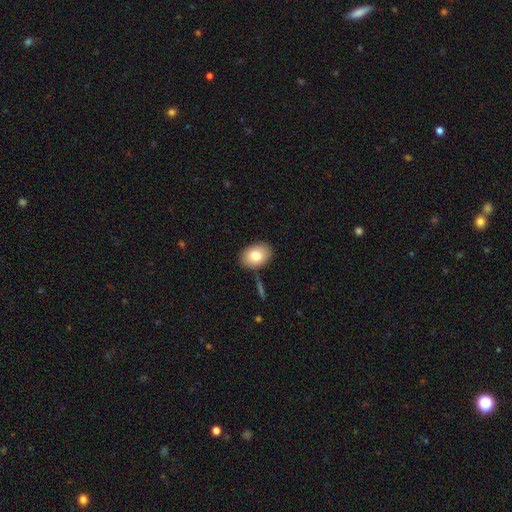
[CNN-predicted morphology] Q: Smooth or featured?
A: smooth (79%); runner-up: featured or disk (13%)
Q: How rounded?
A: in between (79%); runner-up: round (20%)
Q: Merging?
A: none (85%); runner-up: minor disturbance (10%)